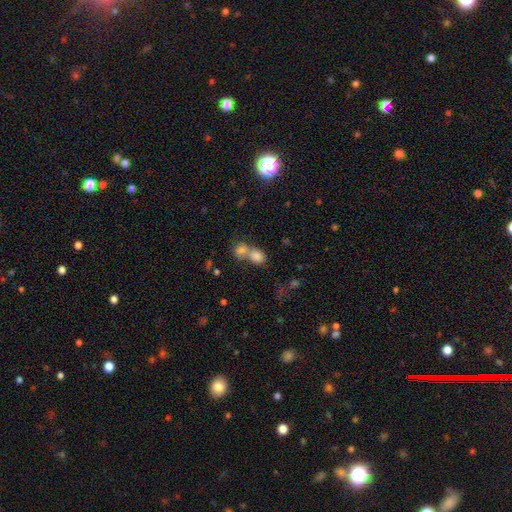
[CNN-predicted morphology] A smooth galaxy with no disk features (80%) that is round (50%). Merging: merger (64%).